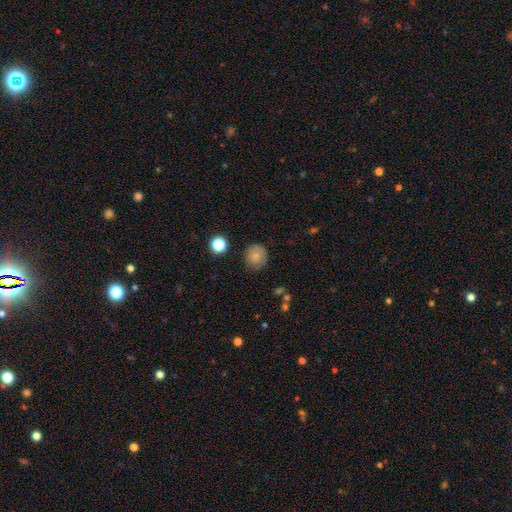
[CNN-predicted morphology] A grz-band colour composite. It shows a smooth galaxy with no disk features (80%) that is round (90%). Merging: none (80%).